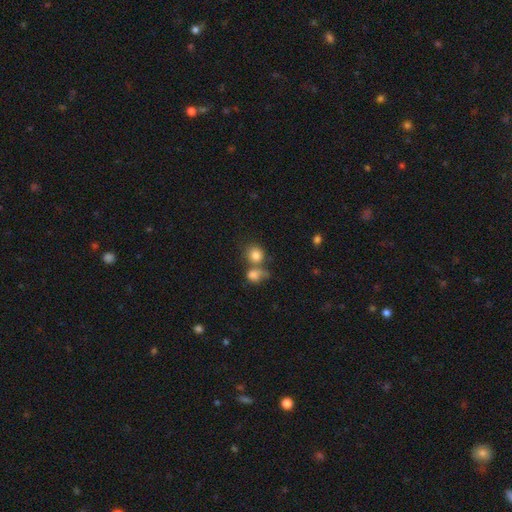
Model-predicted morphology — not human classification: This is clearly a smooth galaxy (83%). How rounded: likely round (79%). Merging: marginally none (44%).